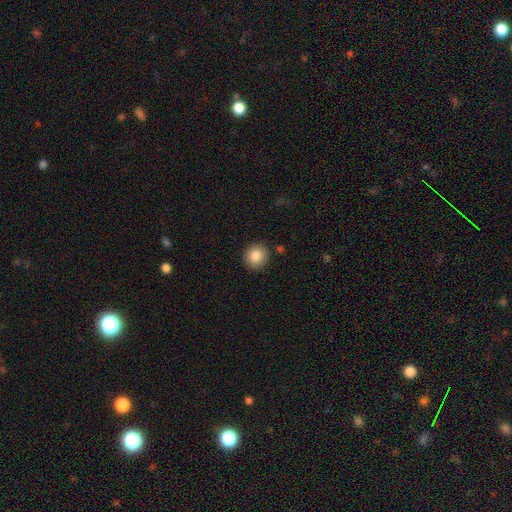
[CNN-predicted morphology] Smooth or featured: smooth — 85% (star or artifact — 9%)
How rounded: round — 92% (in between — 7%)
Merging: none — 89% (minor disturbance — 7%)